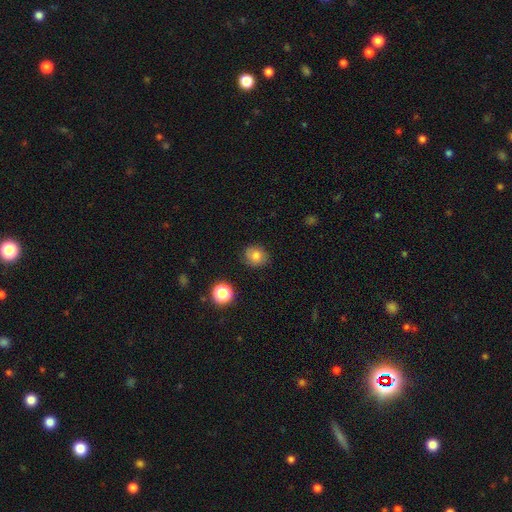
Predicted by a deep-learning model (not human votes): Smooth or featured: smooth — 79% (star or artifact — 12%)
How rounded: round — 77% (in between — 22%)
Merging: none — 83% (minor disturbance — 13%)